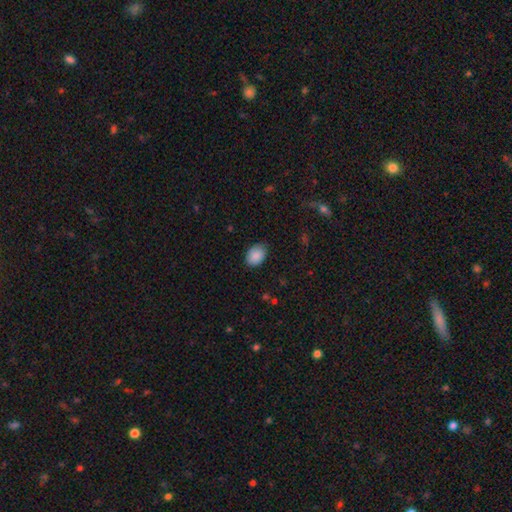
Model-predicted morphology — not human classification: Smooth or featured: smooth — 89% (star or artifact — 7%)
How rounded: in between — 76% (round — 23%)
Merging: none — 84% (minor disturbance — 12%)